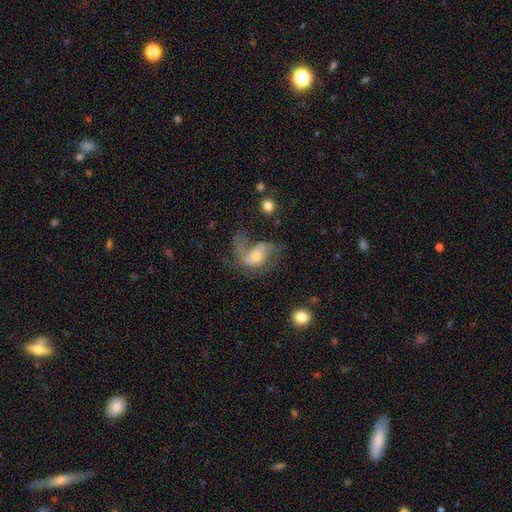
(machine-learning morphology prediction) Q: Smooth or featured?
A: featured or disk (73%); runner-up: smooth (18%)
Q: Edge-on disk?
A: no (97%); runner-up: yes (3%)
Q: Bar?
A: no (58%); runner-up: weak (34%)
Q: Spiral arms?
A: yes (87%); runner-up: no (13%)
Q: Spiral winding?
A: loose (58%); runner-up: medium (34%)
Q: Spiral arm count?
A: 2 (54%); runner-up: 1 (28%)
Q: Bulge size?
A: moderate (45%); runner-up: small (44%)
Q: Merging?
A: major disturbance (42%); runner-up: none (34%)